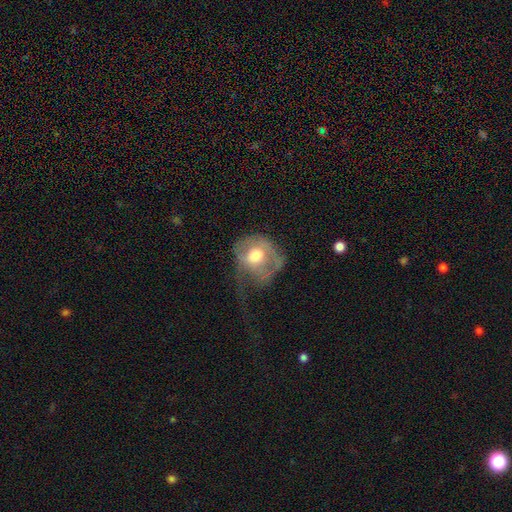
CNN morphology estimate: Smooth or featured?
  - smooth: 50% *
  - featured or disk: 43%
  - star or artifact: 7%
Merging?
  - major disturbance: 51% *
  - minor disturbance: 24%
  - none: 23%
  - merger: 2%